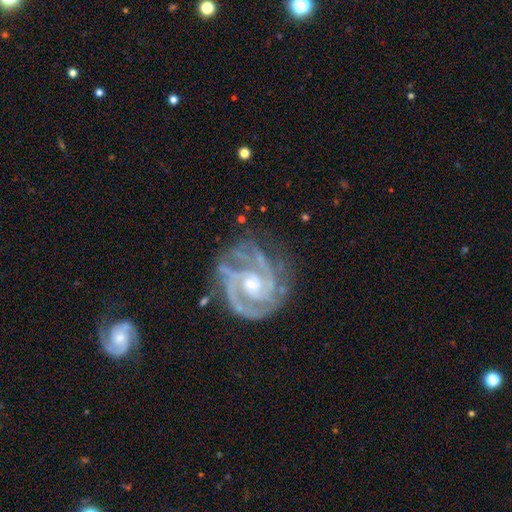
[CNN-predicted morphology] Q: Smooth or featured?
A: featured or disk (90%); runner-up: star or artifact (6%)
Q: Edge-on disk?
A: no (98%); runner-up: yes (2%)
Q: Bar?
A: no (57%); runner-up: weak (32%)
Q: Spiral arms?
A: yes (98%); runner-up: no (2%)
Q: Spiral winding?
A: tight (65%); runner-up: medium (31%)
Q: Spiral arm count?
A: 3 (36%); runner-up: 2 (33%)
Q: Bulge size?
A: moderate (56%); runner-up: small (31%)
Q: Merging?
A: none (70%); runner-up: minor disturbance (18%)